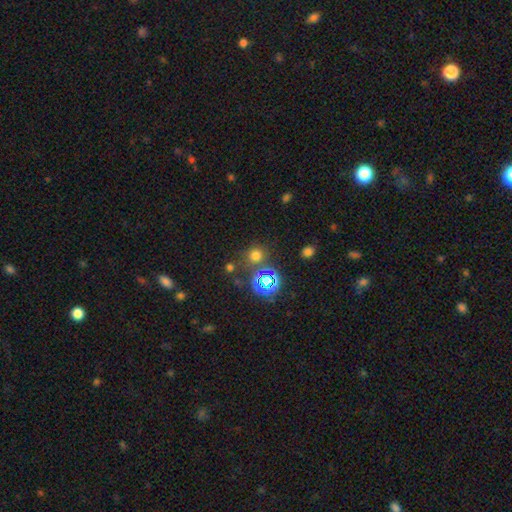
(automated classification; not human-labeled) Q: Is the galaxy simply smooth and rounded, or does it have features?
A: smooth — 62%.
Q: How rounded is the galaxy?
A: round — 88%.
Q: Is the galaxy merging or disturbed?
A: none — 76%.